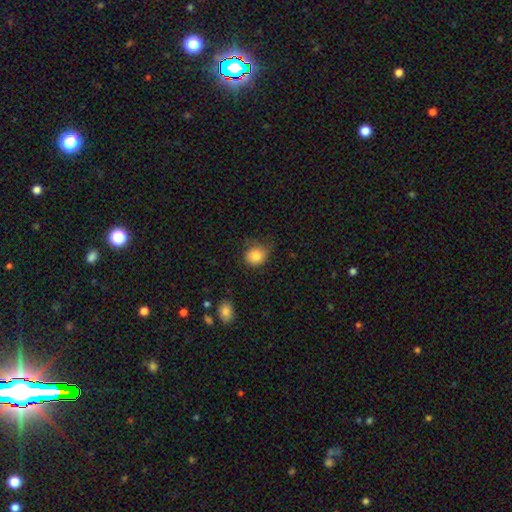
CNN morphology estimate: smooth 83%, star or artifact 10%, featured or disk 7%. Down the decision tree: how rounded — round (75%); merging — none (64%).